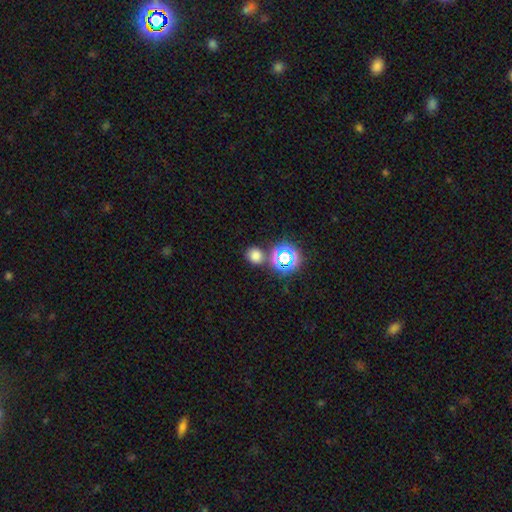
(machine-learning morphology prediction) A smooth galaxy with no disk features (71%) that is round (77%).

Vote fractions:
- Smooth or featured? smooth: 71% / star or artifact: 24% / featured or disk: 6%
- How rounded? round: 77% / in between: 22% / cigar-shaped: 1%
- Merging? none: 76% / merger: 11% / minor disturbance: 9% / major disturbance: 3%